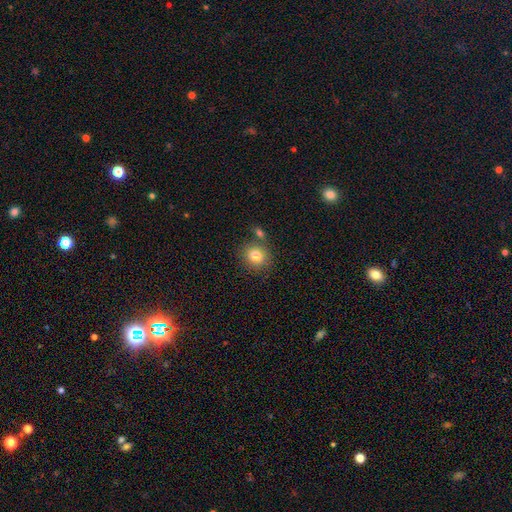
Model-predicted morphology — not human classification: smooth-or-featured: smooth: 82% | star or artifact: 10% | featured or disk: 8%
  how-rounded: round: 79% | in between: 20% | cigar-shaped: 1%
  merging: none: 73% | merger: 13% | minor disturbance: 11% | major disturbance: 3%